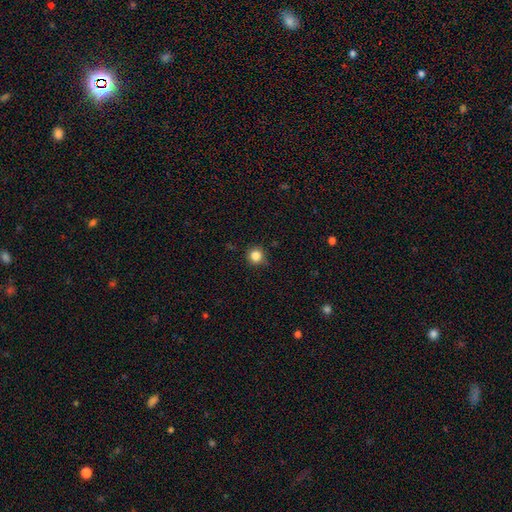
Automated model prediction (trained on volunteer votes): smooth-or-featured: smooth: 85% | star or artifact: 11% | featured or disk: 4%
  how-rounded: round: 94% | in between: 5% | cigar-shaped: 1%
  merging: none: 87% | minor disturbance: 9% | major disturbance: 2% | merger: 1%